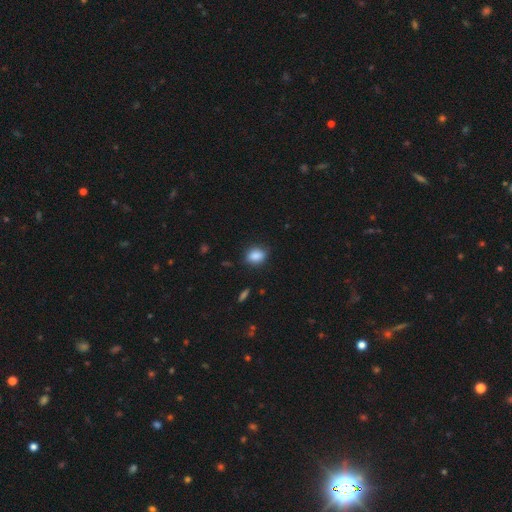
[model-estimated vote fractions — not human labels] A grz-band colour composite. It shows a smooth galaxy with no disk features (86%) that is in between round and cigar-shaped (59%). Merging: none (79%).